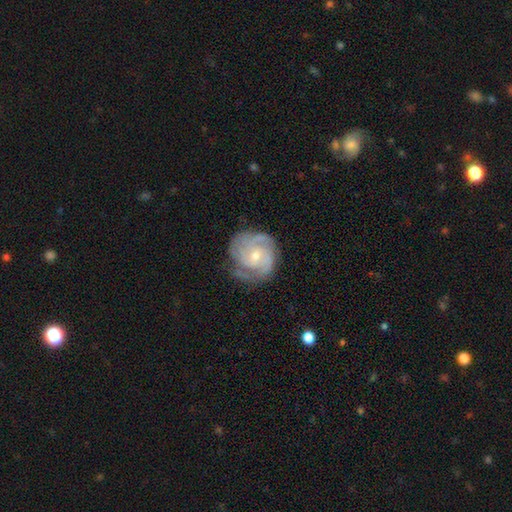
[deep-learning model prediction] featured or disk 83%, smooth 12%, star or artifact 5%. Down the decision tree: edge-on disk — no (98%); bar — no (64%); spiral arms — yes (95%); spiral arm count — 3 (32%); spiral winding — tight (57%); bulge size — small (59%); merging — none (68%).